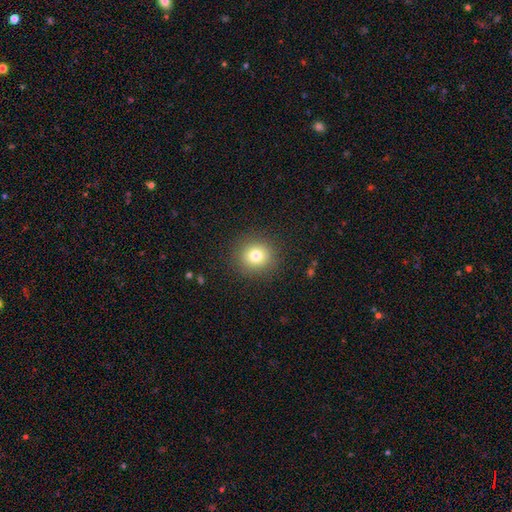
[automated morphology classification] Overall: smooth (79%). How rounded: round (89%). Merging: none (90%).